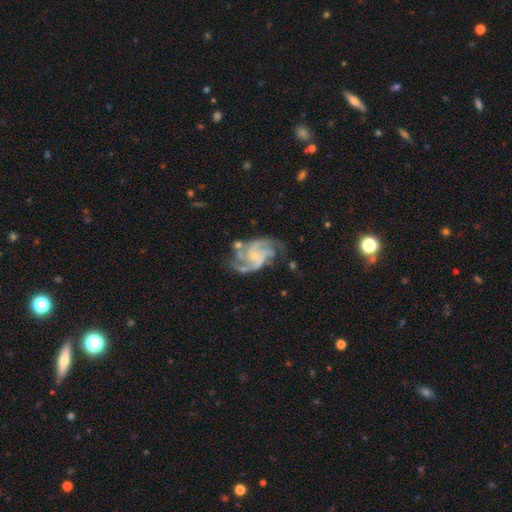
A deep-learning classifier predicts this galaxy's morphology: Overall: featured or disk (91%). Edge-on disk: no (98%). Bar: no (66%; weak 27%). Spiral arms: yes (98%). Spiral arm count: 3 (47%; 4 23%). Spiral winding: medium (50%; tight 39%). Bulge size: small (73%). Merging: none (62%).